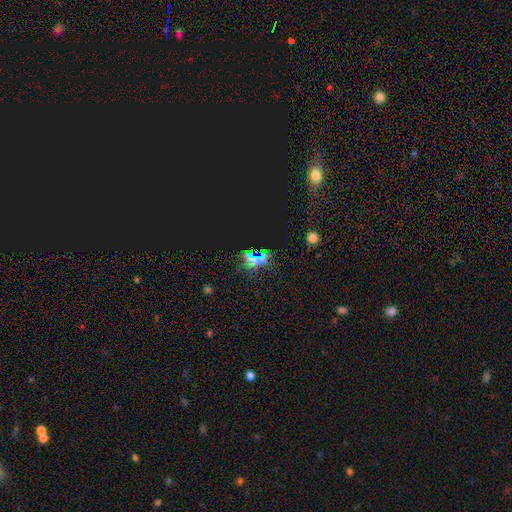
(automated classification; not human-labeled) Smooth or featured? star or artifact (66%)